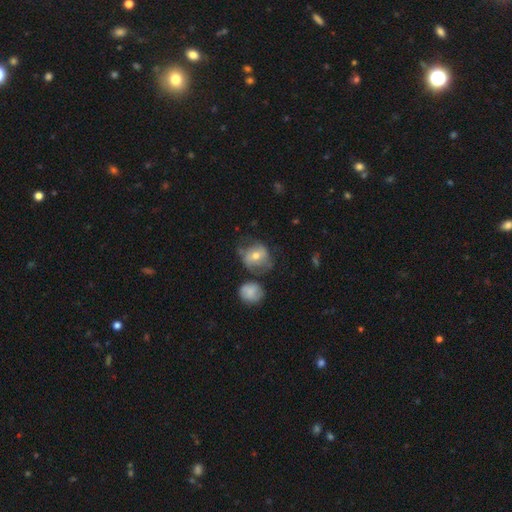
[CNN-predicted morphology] Smooth or featured: smooth — 53% (featured or disk — 38%)
How rounded: round — 67% (in between — 32%)
Merging: none — 50% (minor disturbance — 26%)